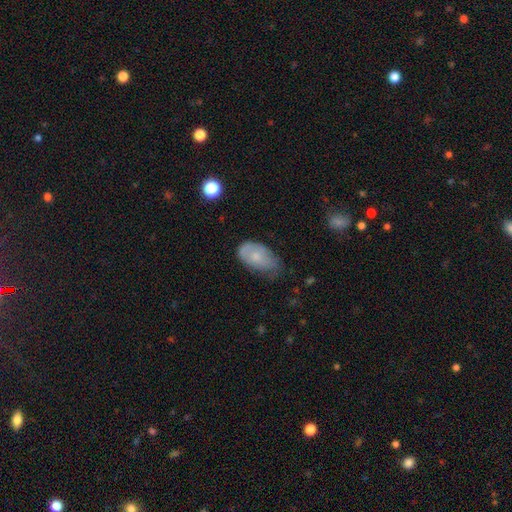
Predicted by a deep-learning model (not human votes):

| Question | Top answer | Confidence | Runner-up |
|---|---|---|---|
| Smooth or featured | smooth | 66% | featured or disk (27%) |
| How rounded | in between | 92% | round (6%) |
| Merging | none | 45% | minor disturbance (41%) |